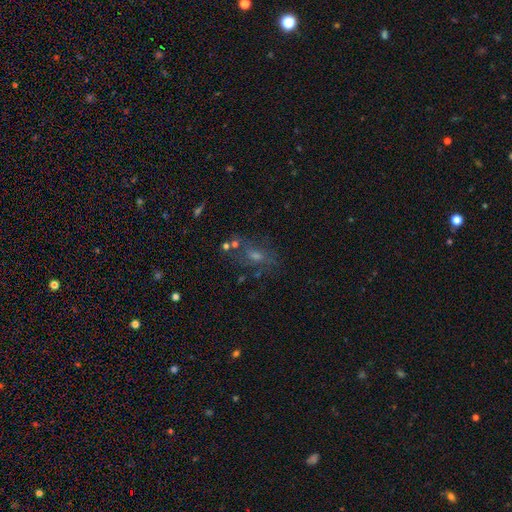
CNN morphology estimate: smooth 36%, featured or disk 34%, star or artifact 30%. Down the decision tree: merging — none (65%).